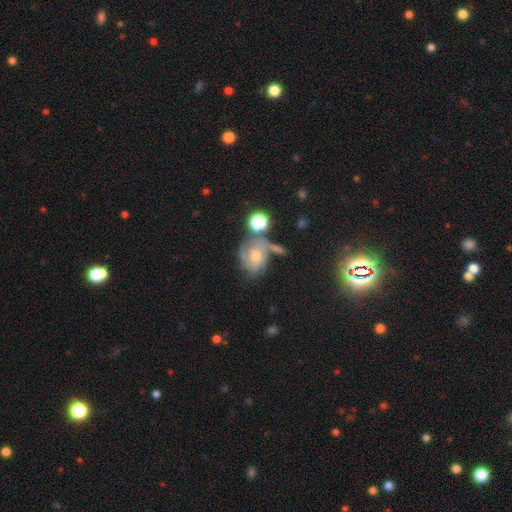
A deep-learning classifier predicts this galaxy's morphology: smooth_or_featured: featured or disk (p=0.54) [alt: smooth p=0.34]
disk_edge_on: no (p=0.96) [alt: yes p=0.04]
bar: no (p=0.75) [alt: weak p=0.21]
has_spiral_arms: yes (p=0.77) [alt: no p=0.23]
bulge_size: moderate (p=0.58) [alt: small p=0.30]
merging: none (p=0.39) [alt: merger p=0.22]